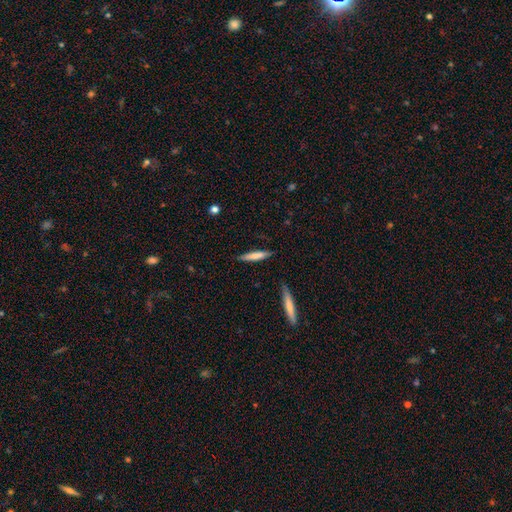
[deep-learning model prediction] Smooth or featured?
  - smooth: 72% *
  - featured or disk: 22%
  - star or artifact: 5%
How rounded?
  - cigar-shaped: 88% *
  - in between: 11%
  - round: 1%
Merging?
  - none: 84% *
  - minor disturbance: 12%
  - major disturbance: 2%
  - merger: 2%